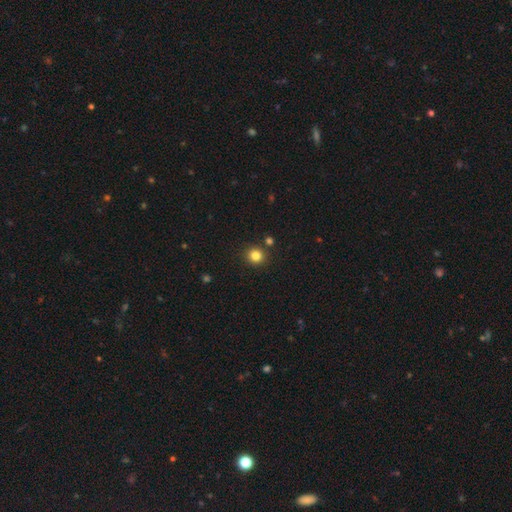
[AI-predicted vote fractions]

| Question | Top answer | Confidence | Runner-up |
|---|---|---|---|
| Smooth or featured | smooth | 83% | star or artifact (13%) |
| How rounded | round | 89% | in between (10%) |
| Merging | none | 87% | minor disturbance (7%) |